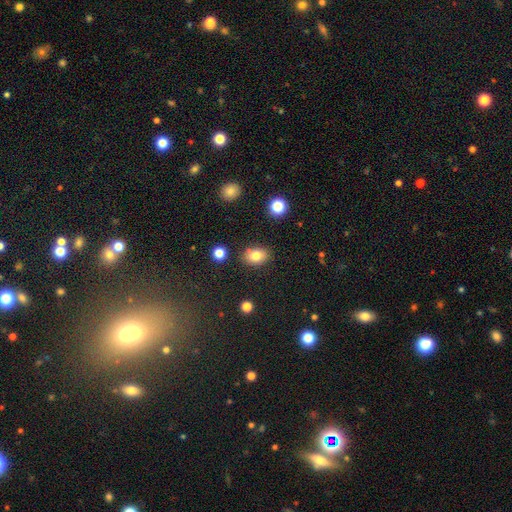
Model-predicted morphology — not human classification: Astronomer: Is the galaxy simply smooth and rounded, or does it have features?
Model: smooth — 80%.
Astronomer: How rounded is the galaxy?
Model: in between — 76%.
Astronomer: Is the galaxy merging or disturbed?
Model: none — 83%.